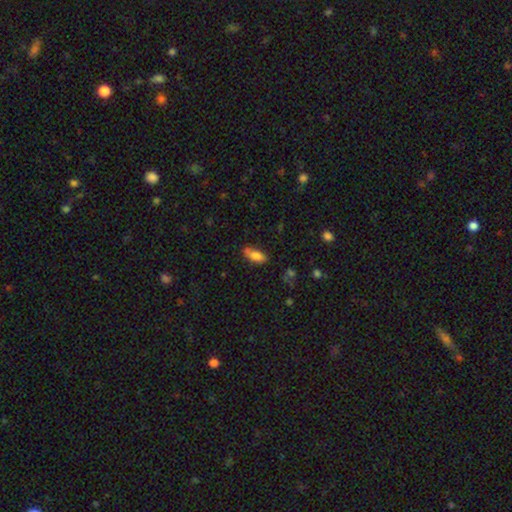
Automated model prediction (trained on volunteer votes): smooth_or_featured: smooth (p=0.80) [alt: featured or disk p=0.12]
how_rounded: in between (p=0.83) [alt: cigar-shaped p=0.14]
merging: none (p=0.65) [alt: minor disturbance p=0.20]